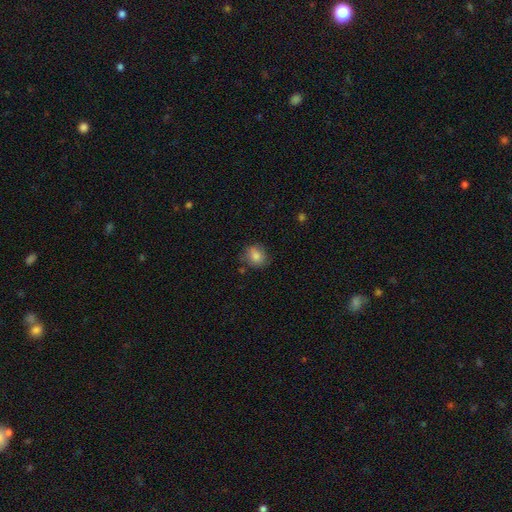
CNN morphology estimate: The model was most divided on "how rounded": round: 66%, in between: 33%, cigar-shaped: 1%. More confident: smooth or featured — smooth (83%); merging — none (73%).